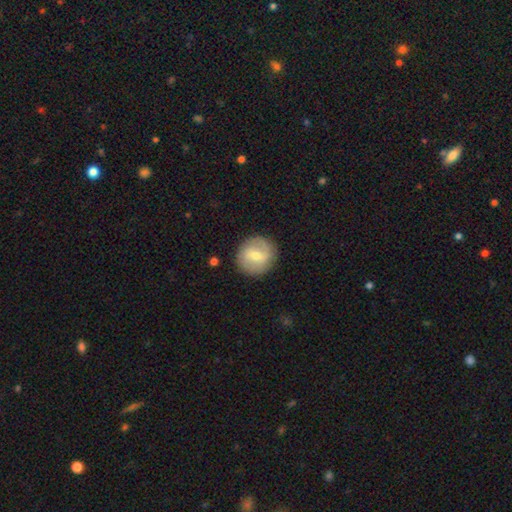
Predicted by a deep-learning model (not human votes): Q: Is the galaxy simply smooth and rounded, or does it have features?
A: smooth — 51%.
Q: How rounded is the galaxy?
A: round — 90%.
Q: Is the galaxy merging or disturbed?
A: none — 86%.